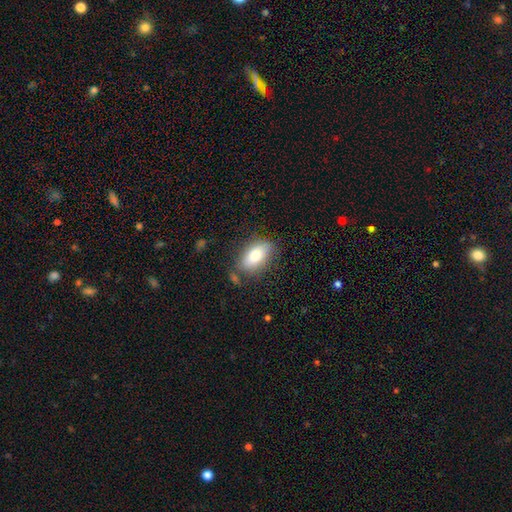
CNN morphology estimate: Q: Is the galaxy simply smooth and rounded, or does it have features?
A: smooth — 76%.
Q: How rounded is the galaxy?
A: in between — 89%.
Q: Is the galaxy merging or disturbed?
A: none — 74%.